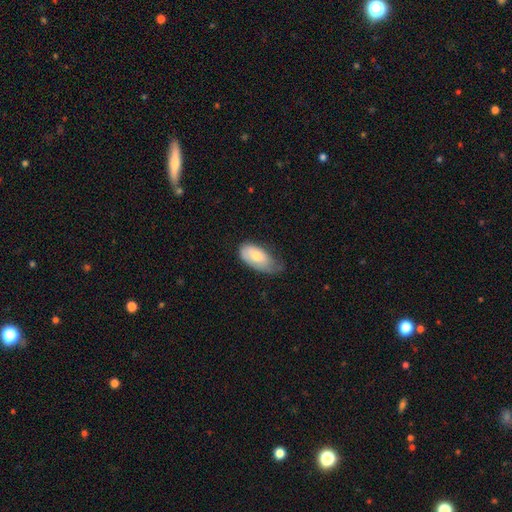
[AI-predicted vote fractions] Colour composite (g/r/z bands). It shows a smooth galaxy with no disk features (73%) that is in between round and cigar-shaped (93%). Merging: minor disturbance (47%).